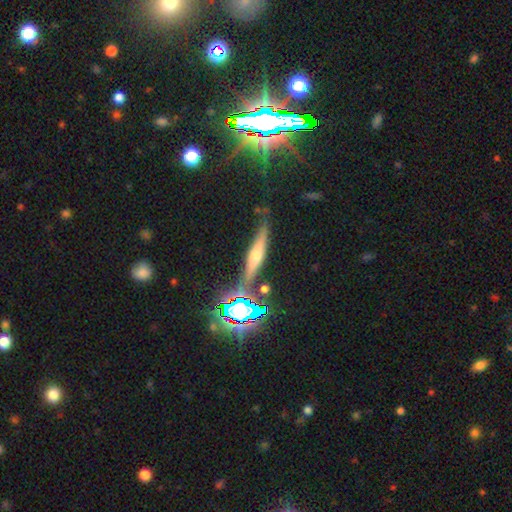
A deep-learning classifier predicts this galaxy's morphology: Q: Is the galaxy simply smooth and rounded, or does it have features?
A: featured or disk — 49%.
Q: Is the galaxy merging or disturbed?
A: none — 79%.